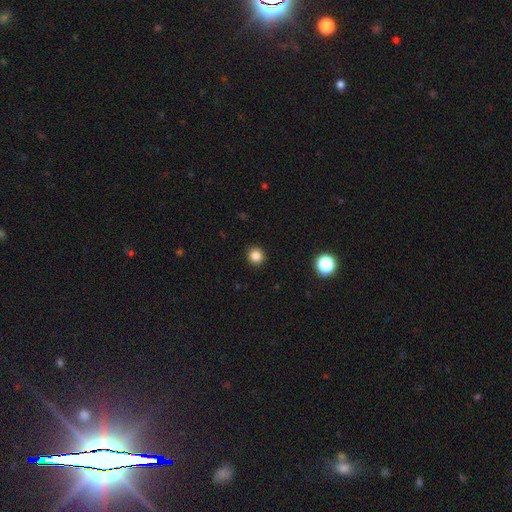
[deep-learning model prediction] smooth 84%, star or artifact 12%, featured or disk 4%. Down the decision tree: how rounded — round (93%); merging — none (93%).